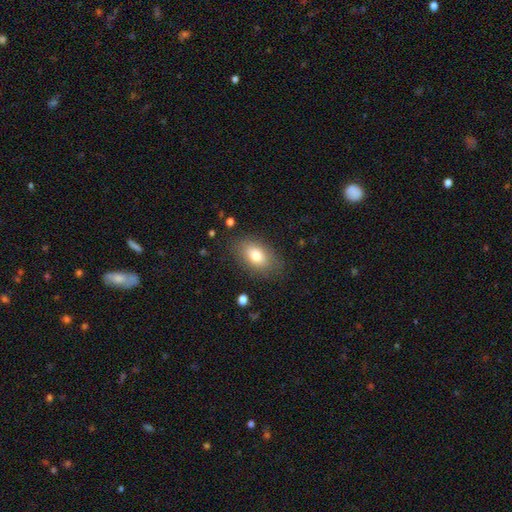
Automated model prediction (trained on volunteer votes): A smooth galaxy with no disk features (78%) that is in between round and cigar-shaped (88%).

Vote fractions:
- Smooth or featured? smooth: 78% / featured or disk: 14% / star or artifact: 8%
- How rounded? in between: 88% / round: 9% / cigar-shaped: 2%
- Merging? none: 81% / minor disturbance: 13% / major disturbance: 5% / merger: 1%